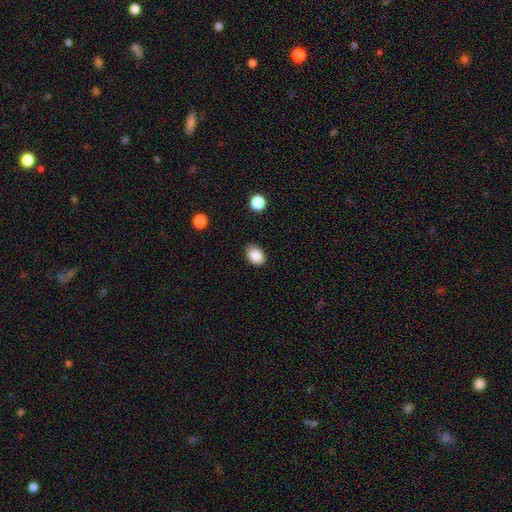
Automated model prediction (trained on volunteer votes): Overall: smooth (88%). How rounded: in between (75%). Merging: none (84%).